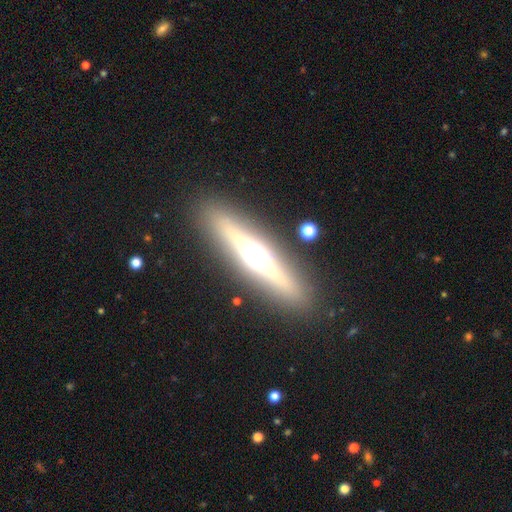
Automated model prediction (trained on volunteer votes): Smooth or featured?
  - featured or disk: 69% *
  - smooth: 22%
  - star or artifact: 9%
Edge-on disk?
  - yes: 94% *
  - no: 6%
Edge-on bulge?
  - rounded: 92% *
  - boxy: 6%
  - none: 2%
Merging?
  - none: 88% *
  - minor disturbance: 7%
  - major disturbance: 3%
  - merger: 2%